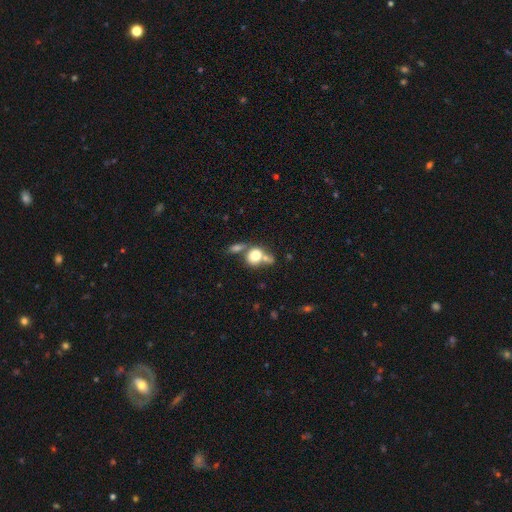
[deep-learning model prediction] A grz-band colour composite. It shows a smooth galaxy with no disk features (74%) that is round (61%). Merging: merger (47%).